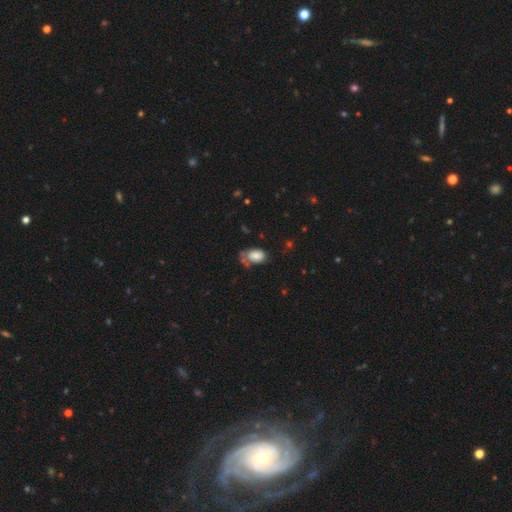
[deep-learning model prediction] This appears to be a smooth galaxy with no disk features (72%) that is in between round and cigar-shaped (89%). Merging: none (39%).